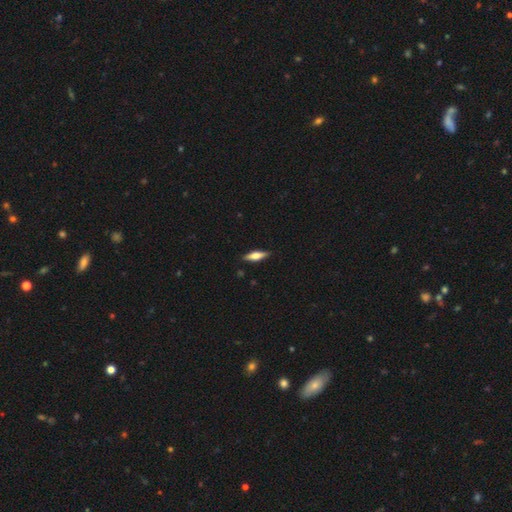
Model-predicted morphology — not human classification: Smooth or featured? smooth (55%)
How rounded? cigar-shaped (56%)
Merging? none (88%)